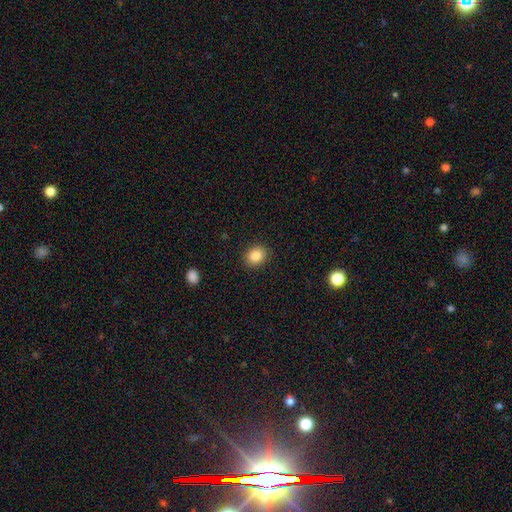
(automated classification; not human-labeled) smooth-or-featured: smooth: 86% | star or artifact: 9% | featured or disk: 5%
  how-rounded: round: 56% | in between: 43% | cigar-shaped: 1%
  merging: none: 90% | minor disturbance: 7% | major disturbance: 2% | merger: 1%